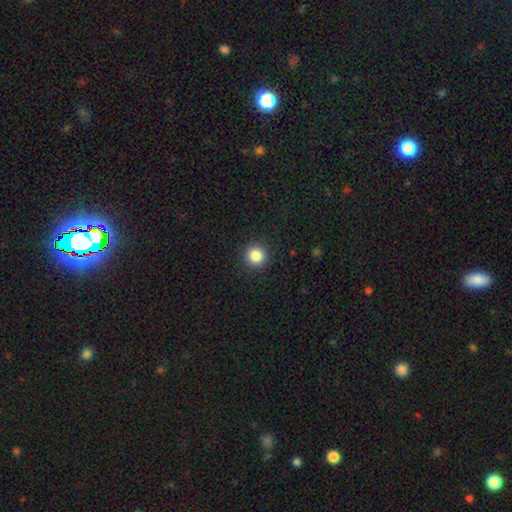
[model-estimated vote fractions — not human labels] Smooth or featured: smooth — 85% (star or artifact — 11%)
How rounded: round — 95% (in between — 4%)
Merging: none — 92% (minor disturbance — 5%)